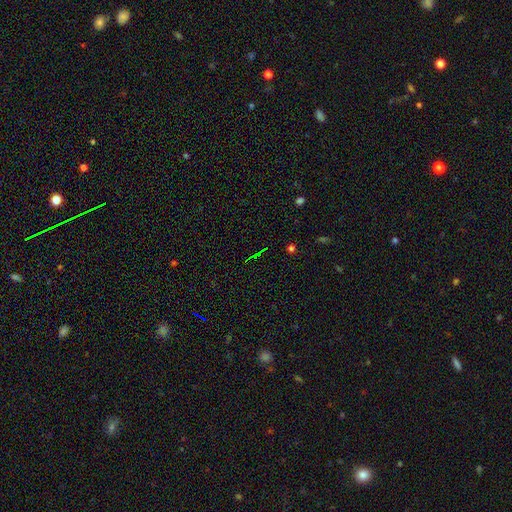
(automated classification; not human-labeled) Smooth or featured? Predicted: star or artifact (p=0.72).